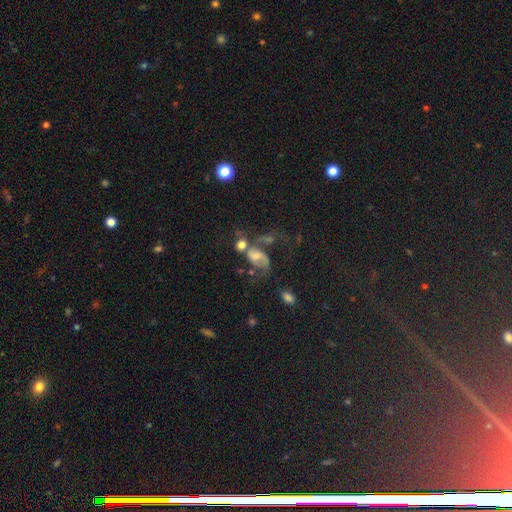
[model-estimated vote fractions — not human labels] Overall: featured or disk (52%; smooth 27%). Edge-on disk: no (96%). Bar: no (61%; weak 30%). Spiral arms: yes (69%; no 31%). Bulge size: moderate (38%; small 30%). Merging: merger (40%; major disturbance 27%).